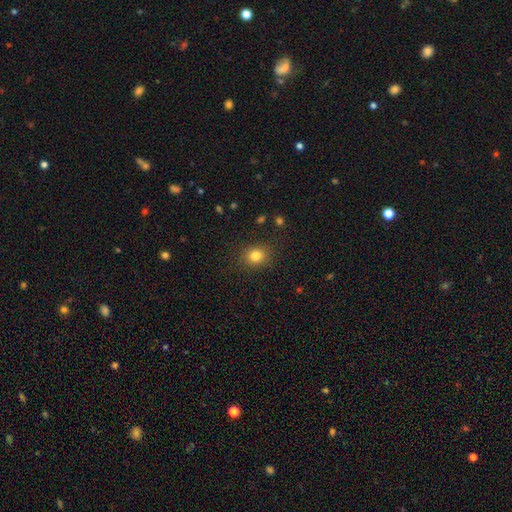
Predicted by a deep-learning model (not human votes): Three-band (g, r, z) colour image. It shows a smooth galaxy with no disk features (82%) that is round (69%). Merging: none (86%).